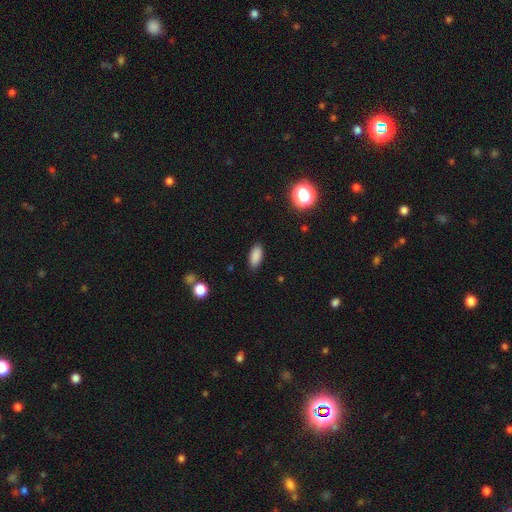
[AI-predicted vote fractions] This is clearly a smooth galaxy (87%). How rounded: clearly in between (87%). Merging: clearly none (87%).